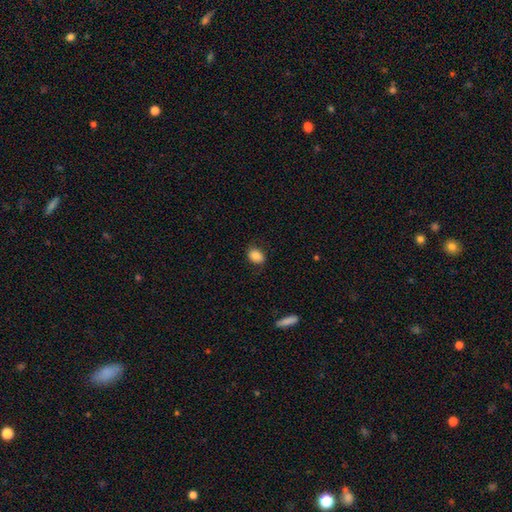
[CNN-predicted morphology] Q: Smooth or featured?
A: smooth (85%); runner-up: star or artifact (9%)
Q: How rounded?
A: in between (61%); runner-up: round (38%)
Q: Merging?
A: none (81%); runner-up: minor disturbance (15%)